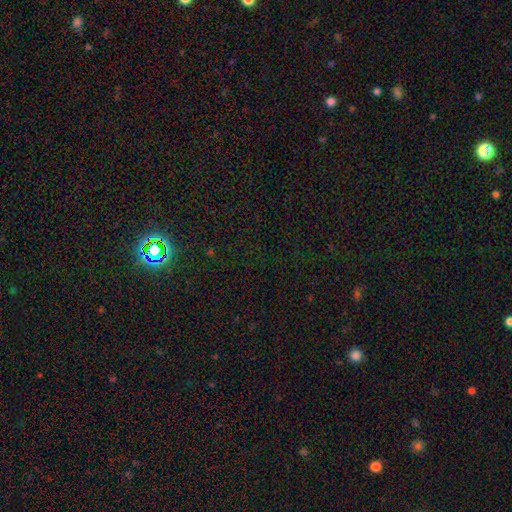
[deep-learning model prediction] A star or artifact, not a galaxy (79%).

Vote fractions:
- Smooth or featured? star or artifact: 79% / smooth: 15% / featured or disk: 7%